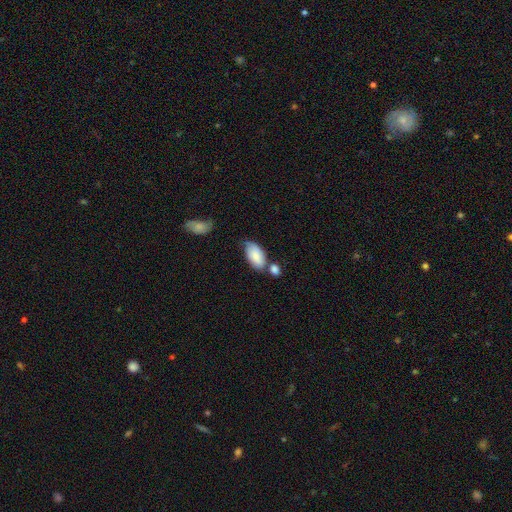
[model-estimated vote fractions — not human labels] Smooth or featured? Predicted: smooth (p=0.81). How rounded? Predicted: in between (p=0.94). Merging? Predicted: none (p=0.41).